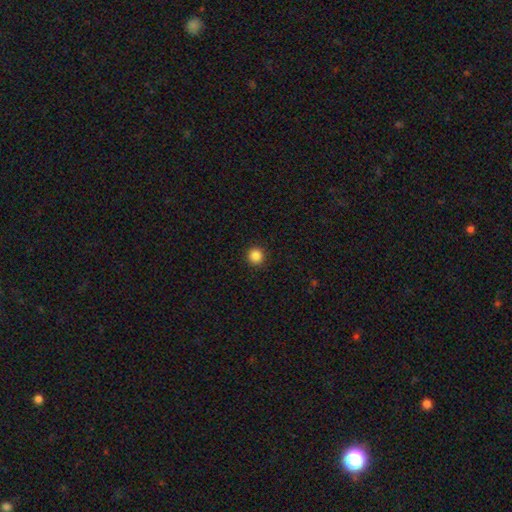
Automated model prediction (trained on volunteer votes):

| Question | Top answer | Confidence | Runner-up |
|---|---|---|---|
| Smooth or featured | smooth | 86% | star or artifact (11%) |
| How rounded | round | 95% | in between (4%) |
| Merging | none | 93% | minor disturbance (4%) |